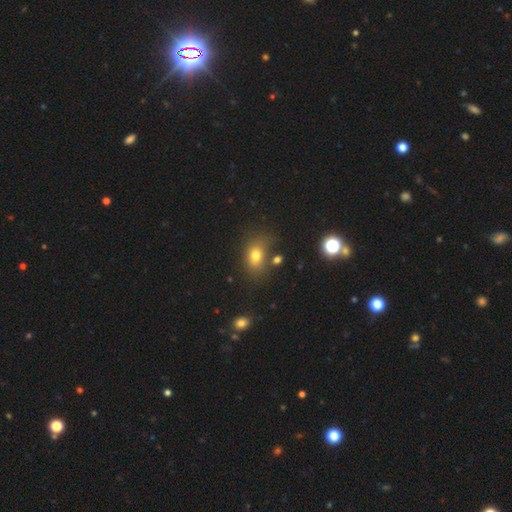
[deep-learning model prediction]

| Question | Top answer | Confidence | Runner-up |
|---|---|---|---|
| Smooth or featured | smooth | 75% | star or artifact (14%) |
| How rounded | in between | 70% | round (28%) |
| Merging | none | 64% | minor disturbance (19%) |